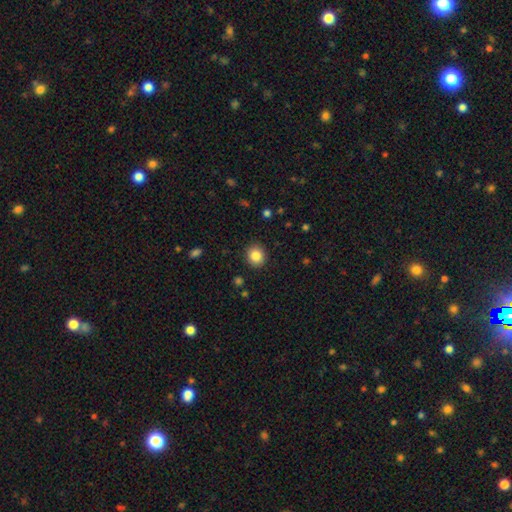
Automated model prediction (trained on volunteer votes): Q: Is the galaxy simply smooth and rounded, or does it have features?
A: smooth — 86%.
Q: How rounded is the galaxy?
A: round — 83%.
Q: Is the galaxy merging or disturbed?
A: none — 91%.